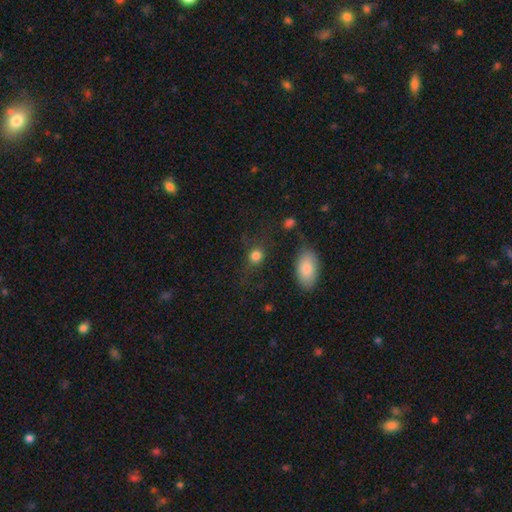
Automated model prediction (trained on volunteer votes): Morphology: type=smooth (79%); roundness=round (72%); merging=none (69%).